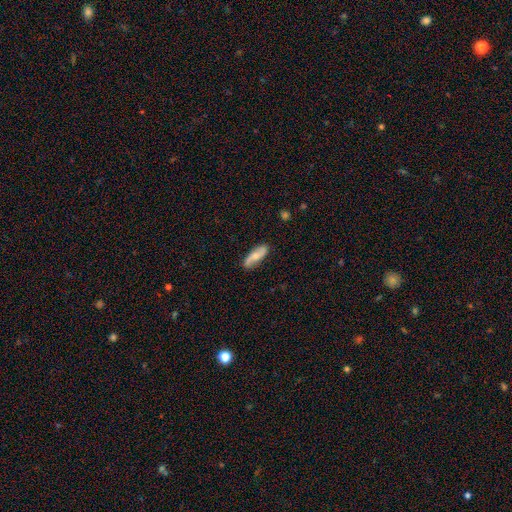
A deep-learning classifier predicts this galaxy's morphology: Smooth or featured?
  - smooth: 50% *
  - featured or disk: 44%
  - star or artifact: 6%
How rounded?
  - in between: 58% *
  - cigar-shaped: 39%
  - round: 3%
Merging?
  - none: 82% *
  - minor disturbance: 14%
  - major disturbance: 3%
  - merger: 2%